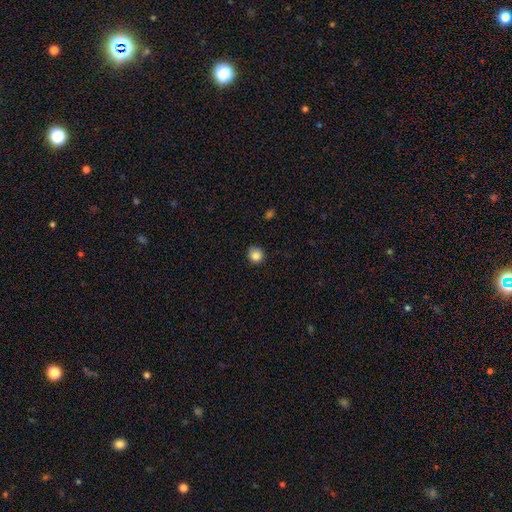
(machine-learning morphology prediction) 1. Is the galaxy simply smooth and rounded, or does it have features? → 85% smooth, 10% star or artifact, 5% featured or disk.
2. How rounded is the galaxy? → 89% round, 10% in between, 1% cigar-shaped.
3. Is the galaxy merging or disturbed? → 85% none, 12% minor disturbance, 2% major disturbance, 1% merger.